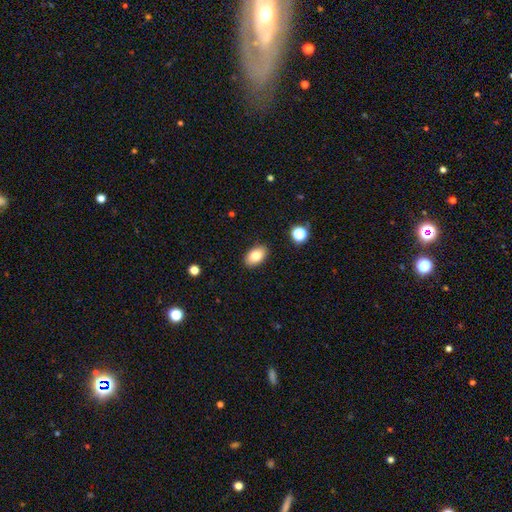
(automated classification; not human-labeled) Overall: smooth (80%). How rounded: in between (89%). Merging: none (88%).